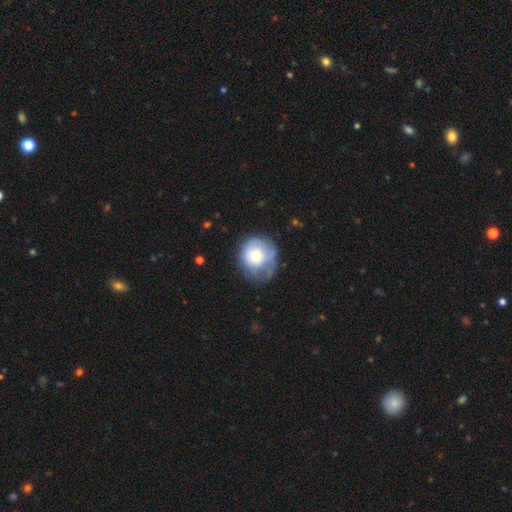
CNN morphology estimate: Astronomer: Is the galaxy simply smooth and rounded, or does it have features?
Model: smooth — 62%.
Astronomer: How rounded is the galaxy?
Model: round — 81%.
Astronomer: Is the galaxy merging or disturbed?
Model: none — 44% (runner-up: minor disturbance, 33%).